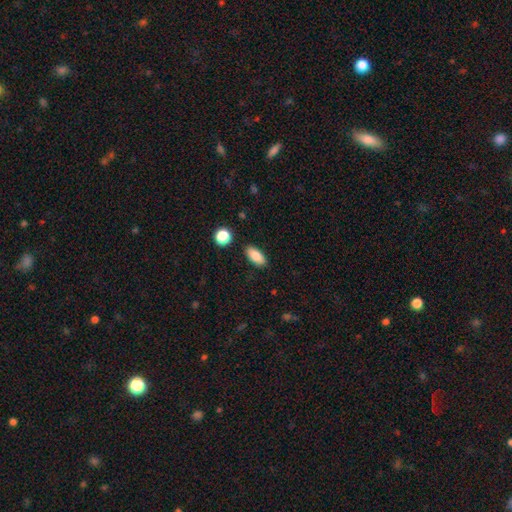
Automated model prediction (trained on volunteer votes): Smooth or featured? Predicted: smooth (p=0.85). How rounded? Predicted: in between (p=0.88). Merging? Predicted: none (p=0.88).